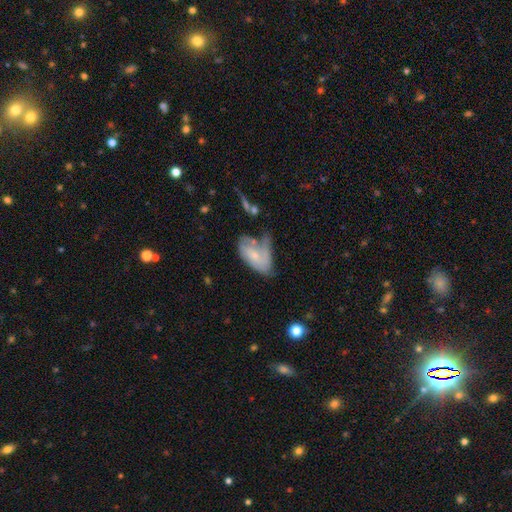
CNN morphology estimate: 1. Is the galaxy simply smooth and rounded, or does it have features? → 54% smooth, 38% featured or disk, 8% star or artifact.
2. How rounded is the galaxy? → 92% in between, 5% round, 4% cigar-shaped.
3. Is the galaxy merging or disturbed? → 32% major disturbance, 28% minor disturbance, 24% none, 16% merger.